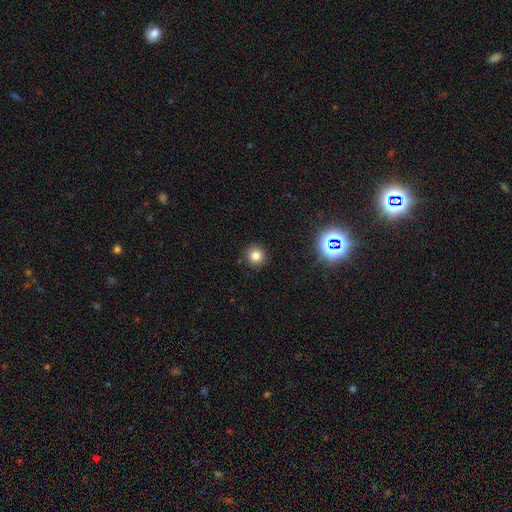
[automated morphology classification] A smooth galaxy with no disk features (80%) that is round (94%). Merging: none (91%).